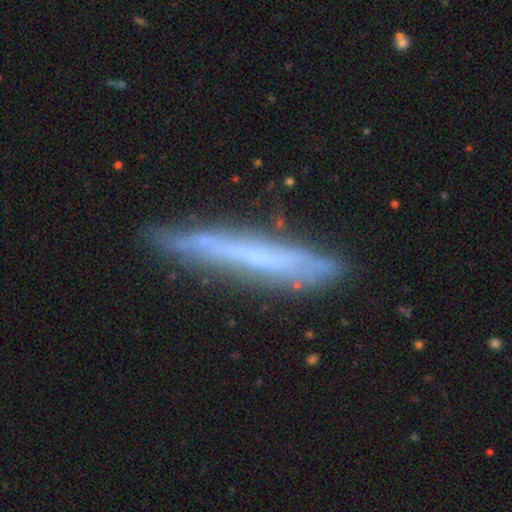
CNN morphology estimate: type=featured or disk (56%); edge-on=yes (84%); merging=none (78%).